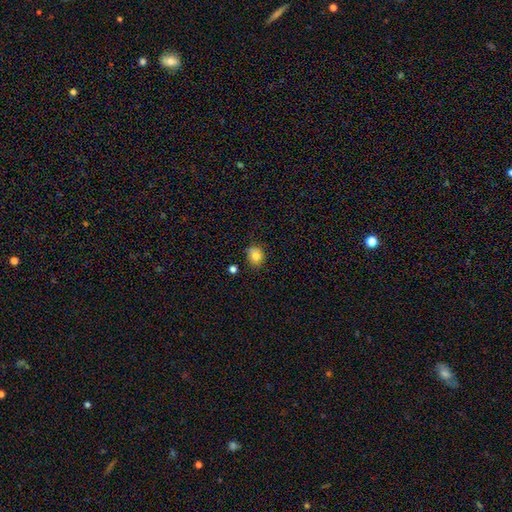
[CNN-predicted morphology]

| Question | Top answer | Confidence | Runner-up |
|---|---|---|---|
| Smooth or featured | smooth | 81% | star or artifact (11%) |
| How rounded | round | 67% | in between (32%) |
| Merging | none | 72% | minor disturbance (20%) |